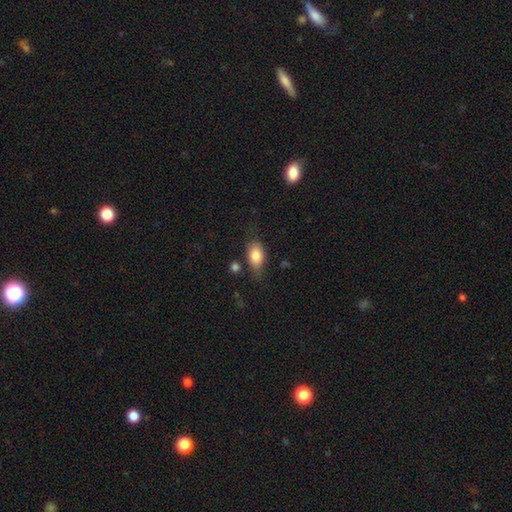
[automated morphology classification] Smooth or featured? Predicted: smooth (p=0.81). How rounded? Predicted: in between (p=0.87). Merging? Predicted: none (p=0.67).